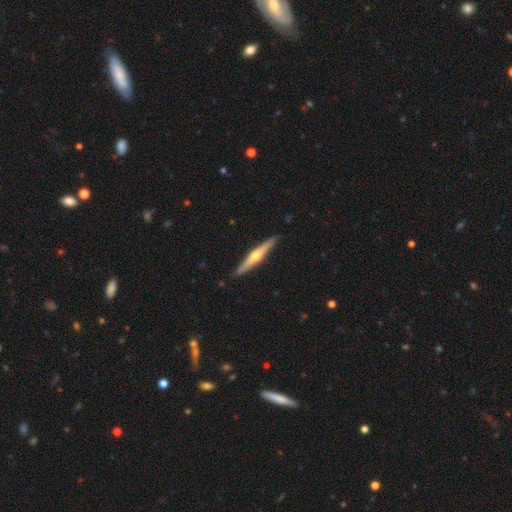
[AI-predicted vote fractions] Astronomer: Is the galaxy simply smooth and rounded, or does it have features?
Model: featured or disk — 68%.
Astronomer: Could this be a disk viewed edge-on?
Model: yes — 97%.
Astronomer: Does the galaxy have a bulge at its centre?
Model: rounded — 92%.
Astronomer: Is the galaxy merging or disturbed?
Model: none — 90%.